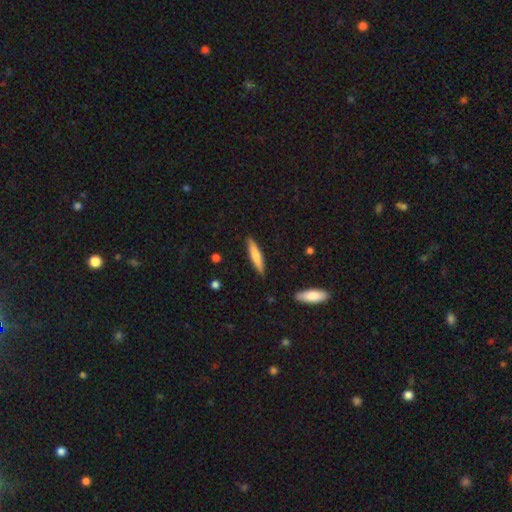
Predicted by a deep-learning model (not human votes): Q: Smooth or featured?
A: smooth (73%); runner-up: featured or disk (21%)
Q: How rounded?
A: cigar-shaped (86%); runner-up: in between (13%)
Q: Merging?
A: none (88%); runner-up: minor disturbance (9%)